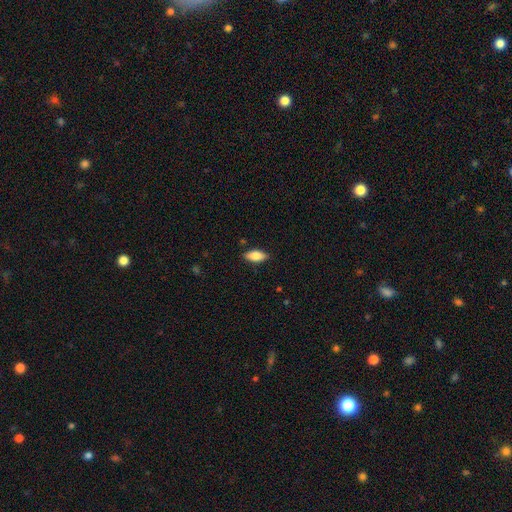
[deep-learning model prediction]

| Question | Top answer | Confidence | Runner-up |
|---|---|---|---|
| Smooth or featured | smooth | 81% | featured or disk (13%) |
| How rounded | in between | 84% | cigar-shaped (14%) |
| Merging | none | 87% | minor disturbance (10%) |